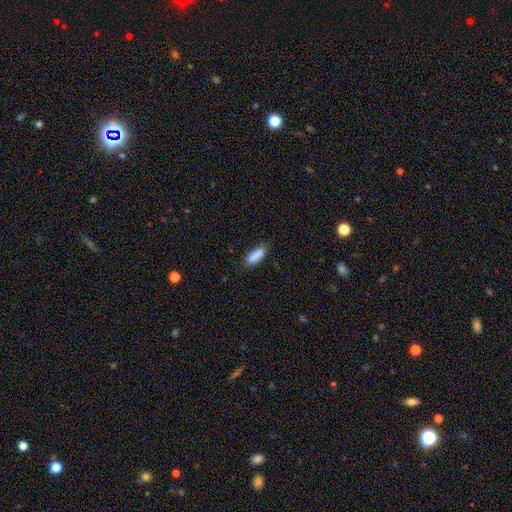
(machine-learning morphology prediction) Smooth or featured? smooth (88%)
How rounded? in between (69%)
Merging? none (76%)